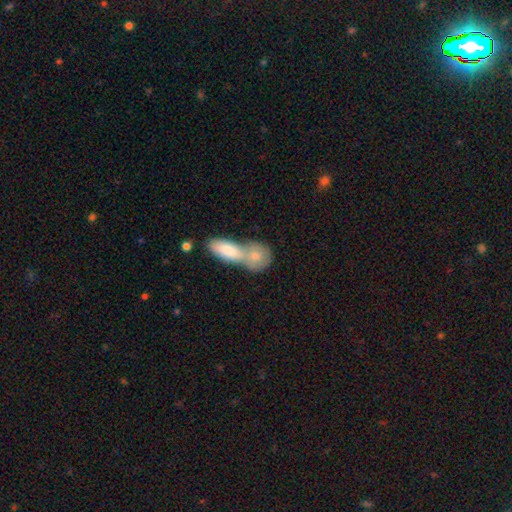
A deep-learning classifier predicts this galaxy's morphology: A smooth galaxy with no disk features (77%) that is in between round and cigar-shaped (46%, tied with round). Merging: merger (61%).